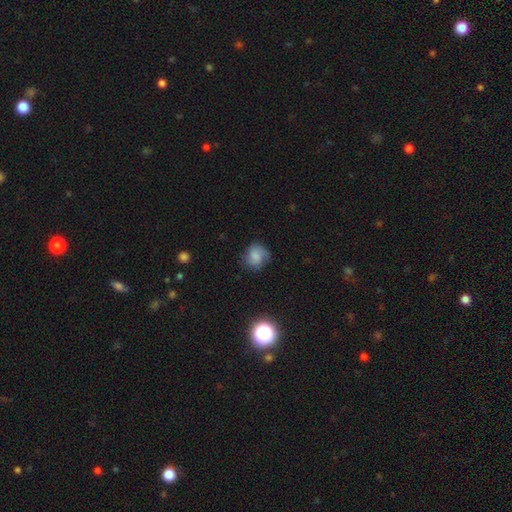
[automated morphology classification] smooth_or_featured: smooth (p=0.63) [alt: featured or disk p=0.25]
how_rounded: round (p=0.75) [alt: in between p=0.24]
merging: none (p=0.67) [alt: minor disturbance p=0.23]